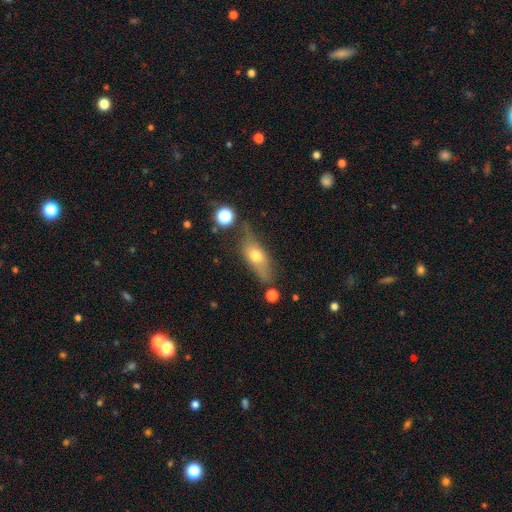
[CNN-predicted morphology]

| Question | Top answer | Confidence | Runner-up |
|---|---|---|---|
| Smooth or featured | smooth | 57% | featured or disk (34%) |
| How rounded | in between | 62% | cigar-shaped (31%) |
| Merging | none | 62% | minor disturbance (24%) |